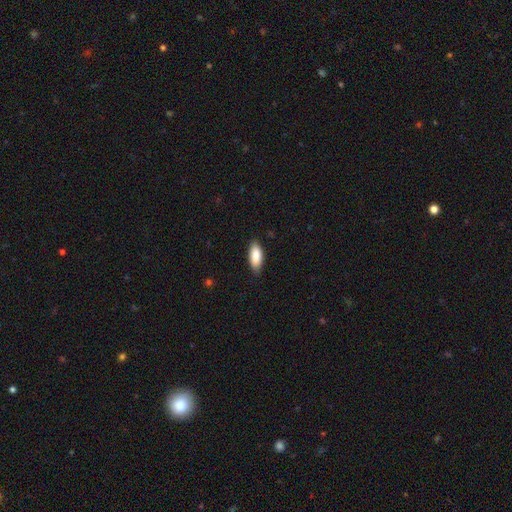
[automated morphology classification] smooth_or_featured: smooth (p=0.88) [alt: featured or disk p=0.06]
how_rounded: in between (p=0.83) [alt: cigar-shaped p=0.15]
merging: none (p=0.84) [alt: minor disturbance p=0.13]